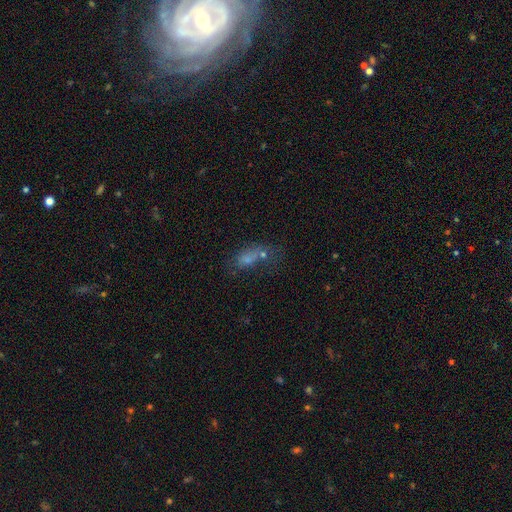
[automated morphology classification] A smooth galaxy with no disk features (53%) that is in between round and cigar-shaped (71%).

Vote fractions:
- Smooth or featured? smooth: 53% / star or artifact: 26% / featured or disk: 21%
- How rounded? in between: 71% / round: 18% / cigar-shaped: 11%
- Merging? merger: 40% / none: 33% / major disturbance: 15% / minor disturbance: 13%